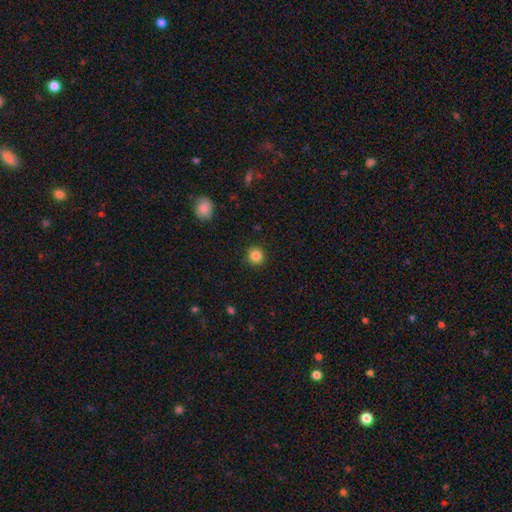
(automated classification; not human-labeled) This is clearly a smooth galaxy (85%). How rounded: clearly round (93%). Merging: clearly none (92%).